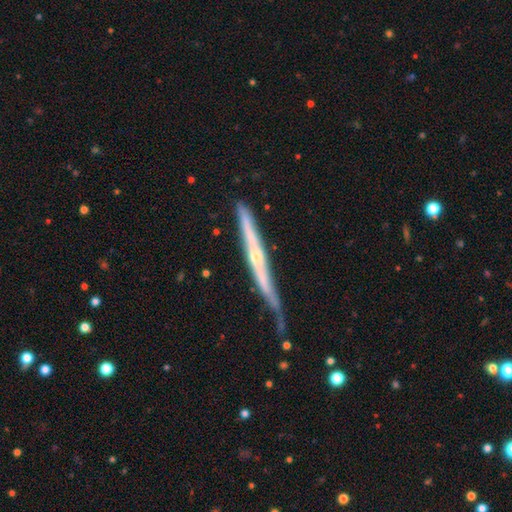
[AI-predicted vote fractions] This is likely a featured or disk galaxy (70%). It is clearly viewed edge-on (94%). Edge-on bulge: likely rounded (61%). Merging: possibly none (56%).